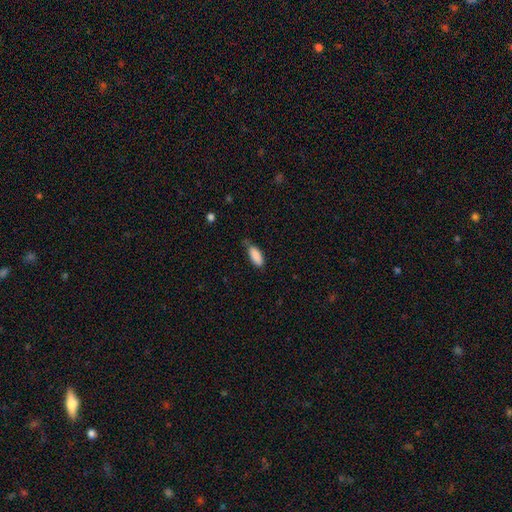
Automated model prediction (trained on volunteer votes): The model was most divided on "merging": none: 58%, minor disturbance: 33%, major disturbance: 6%, merger: 3%. More confident: smooth or featured — smooth (89%); how rounded — in between (80%).